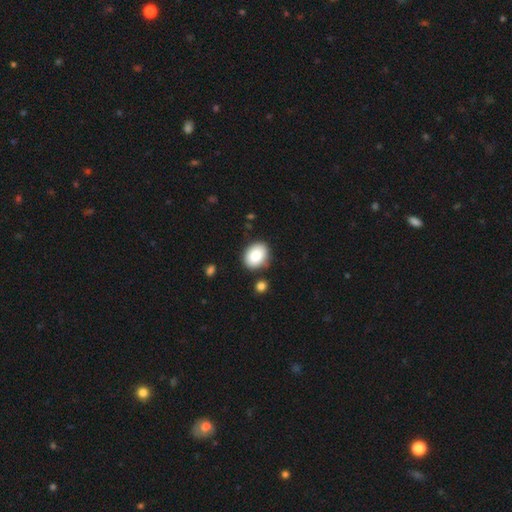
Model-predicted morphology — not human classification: This appears to be a smooth galaxy with no disk features (87%) that is in between round and cigar-shaped (67%). Merging: none (82%).